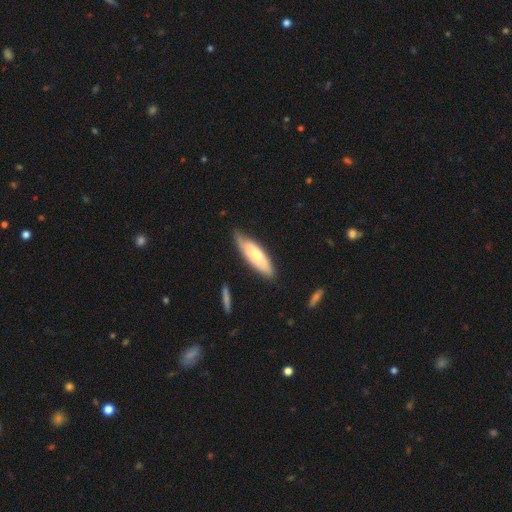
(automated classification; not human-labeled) This is possibly a smooth galaxy (56%). How rounded: possibly in between (50%). Merging: likely none (69%).